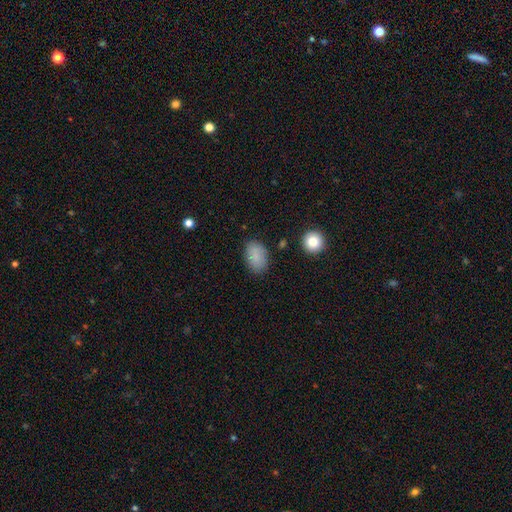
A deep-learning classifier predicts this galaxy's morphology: type=smooth (87%); roundness=in between (90%); merging=none (81%).